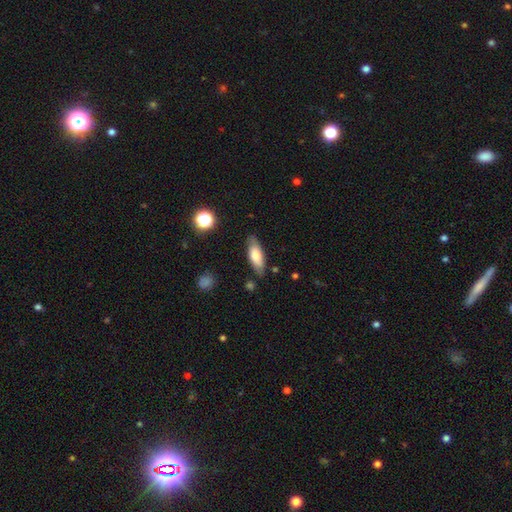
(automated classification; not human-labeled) Morphology: type=smooth (71%); roundness=in between (66%); merging=none (80%).